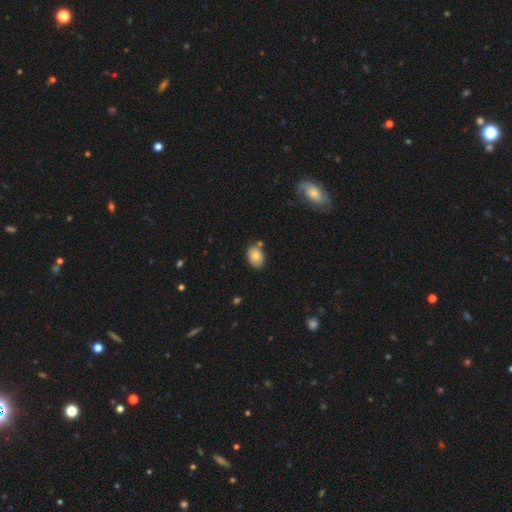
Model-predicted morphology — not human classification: A smooth galaxy with no disk features (78%) that is in between round and cigar-shaped (83%). Merging: none (73%).